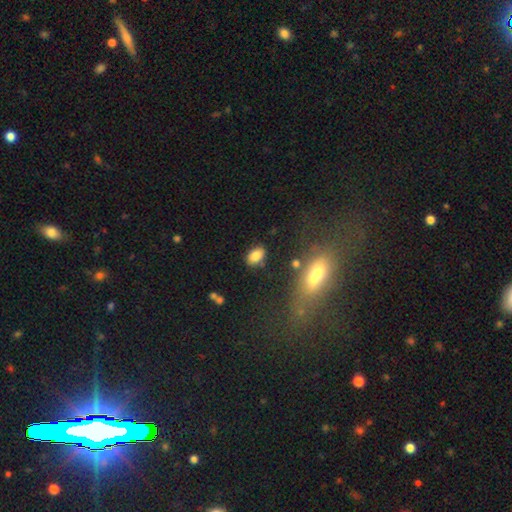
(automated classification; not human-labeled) A smooth galaxy with no disk features (83%) that is in between round and cigar-shaped (88%).

Vote fractions:
- Smooth or featured? smooth: 83% / star or artifact: 9% / featured or disk: 8%
- How rounded? in between: 88% / round: 10% / cigar-shaped: 2%
- Merging? none: 80% / minor disturbance: 13% / merger: 4% / major disturbance: 4%